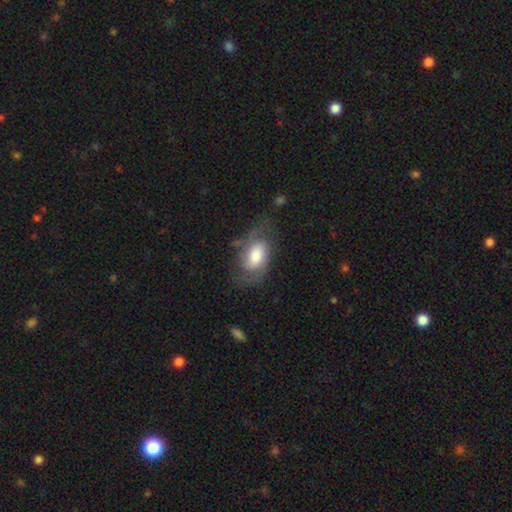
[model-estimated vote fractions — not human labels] Smooth or featured? featured or disk (56%)
Edge-on disk? no (95%)
Bar? no (56%)
Spiral arms? yes (83%)
Bulge size? large (40%)
Merging? none (58%)